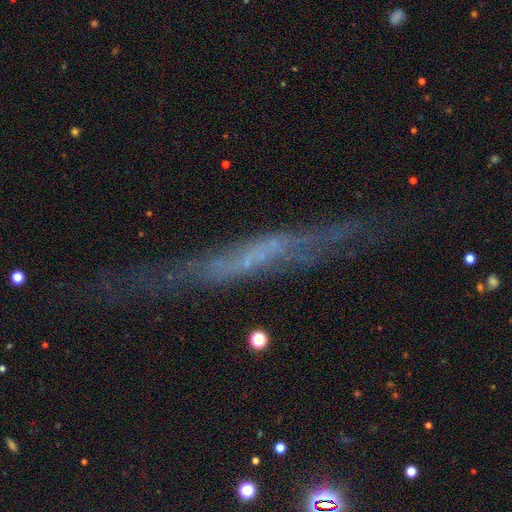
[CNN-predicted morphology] featured or disk 60%, smooth 23%, star or artifact 17%. Down the decision tree: edge-on disk — yes (82%); merging — none (73%).